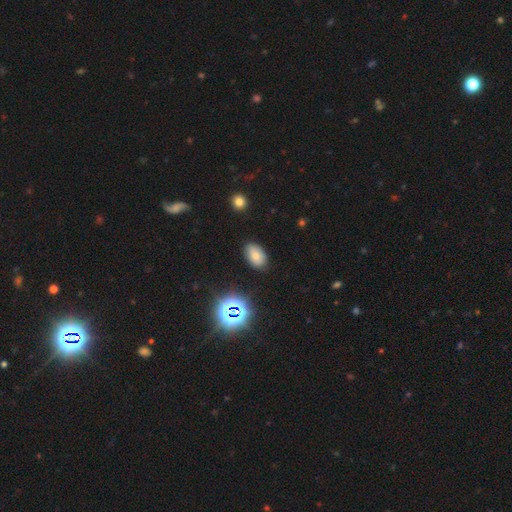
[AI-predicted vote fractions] The model was most divided on "smooth or featured": smooth: 75%, star or artifact: 16%, featured or disk: 9%. More confident: how rounded — in between (91%); merging — none (84%).